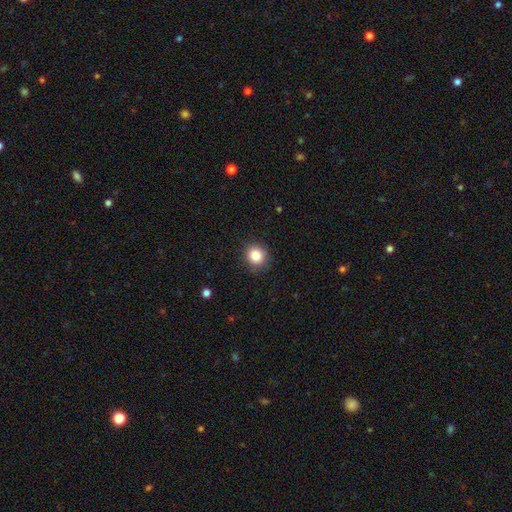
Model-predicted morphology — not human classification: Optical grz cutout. It shows a smooth galaxy with no disk features (85%) that is round (86%). Merging: none (88%).